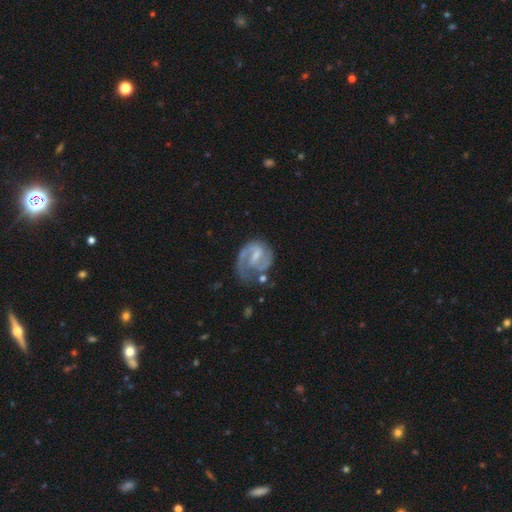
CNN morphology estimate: The model was most divided on "spiral winding": medium: 48%, tight: 34%, loose: 18%. Remaining: edge-on disk — no (98%); spiral arms — yes (93%); smooth or featured — featured or disk (83%); spiral arm count — 2 (67%); bar — weak (53%); merging — none (49%); bulge size — small (48%).